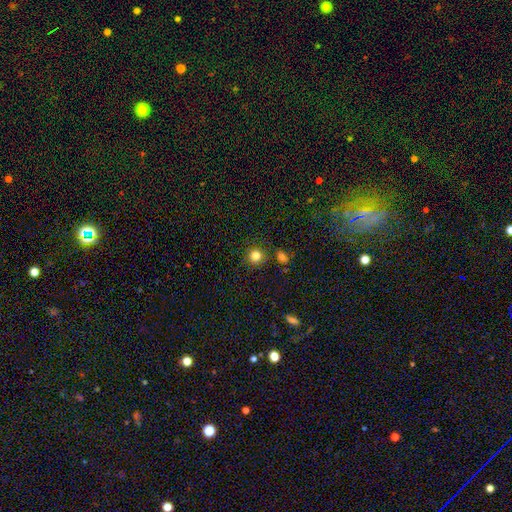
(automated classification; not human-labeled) This appears to be a smooth galaxy with no disk features (82%) that is round (93%). Merging: none (86%).